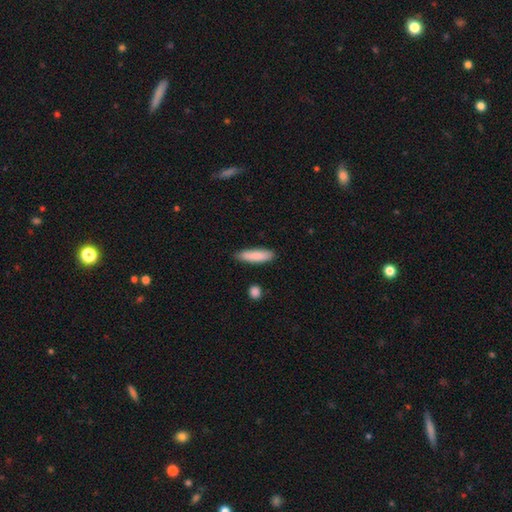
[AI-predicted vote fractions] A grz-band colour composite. It shows a smooth galaxy with no disk features (86%) that is cigar-shaped (64%). Merging: none (81%).